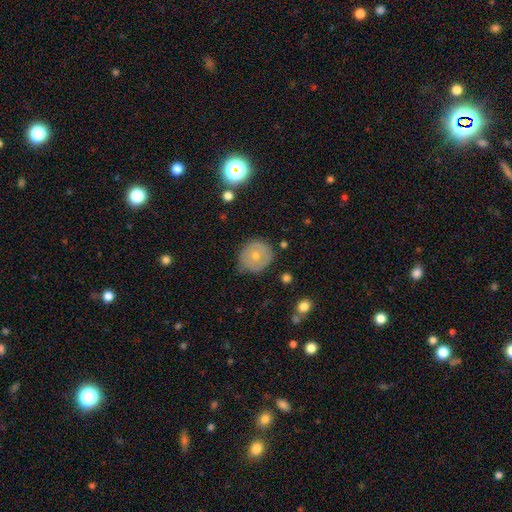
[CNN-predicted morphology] A smooth galaxy with no disk features (55%) that is round (88%).

Vote fractions:
- Smooth or featured? smooth: 55% / featured or disk: 37% / star or artifact: 8%
- How rounded? round: 88% / in between: 11% / cigar-shaped: 1%
- Merging? none: 75% / minor disturbance: 19% / major disturbance: 4% / merger: 2%